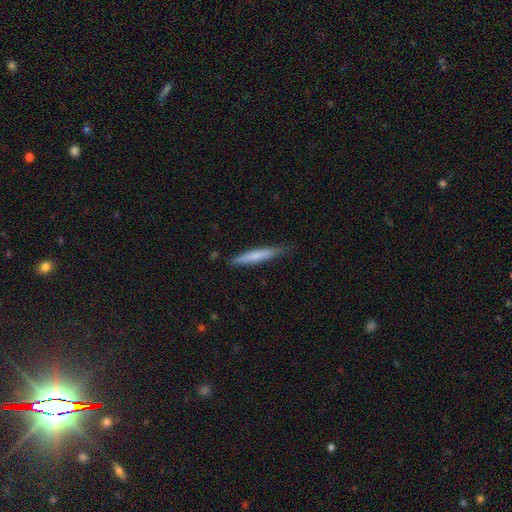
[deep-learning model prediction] Overall: smooth (70%). How rounded: cigar-shaped (94%). Merging: none (80%).